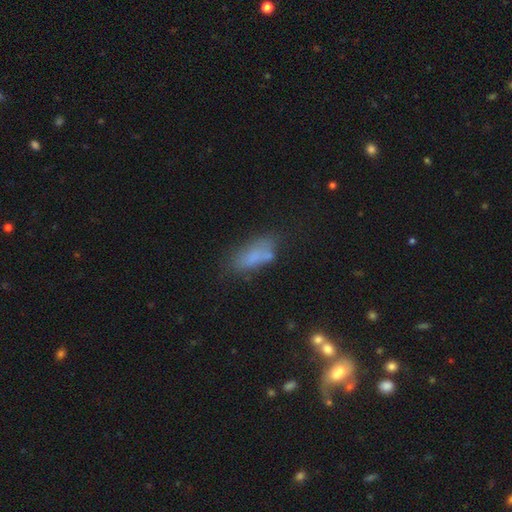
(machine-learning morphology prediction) smooth-or-featured: smooth: 66% | featured or disk: 22% | star or artifact: 12%
  how-rounded: in between: 77% | cigar-shaped: 20% | round: 4%
  merging: none: 46% | minor disturbance: 25% | major disturbance: 16% | merger: 13%